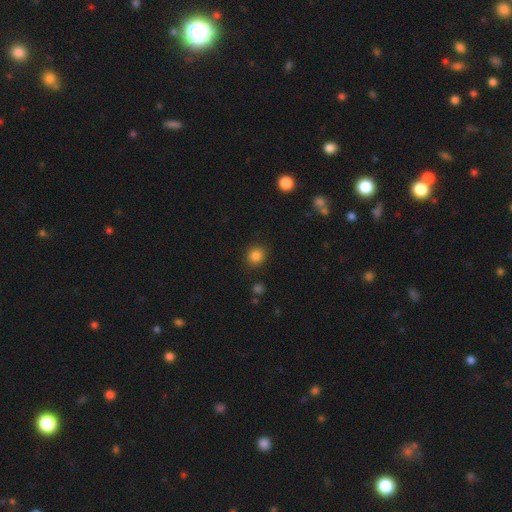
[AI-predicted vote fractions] The model was most divided on "smooth or featured": smooth: 85%, star or artifact: 12%, featured or disk: 4%. More confident: merging — none (89%); how rounded — round (87%).